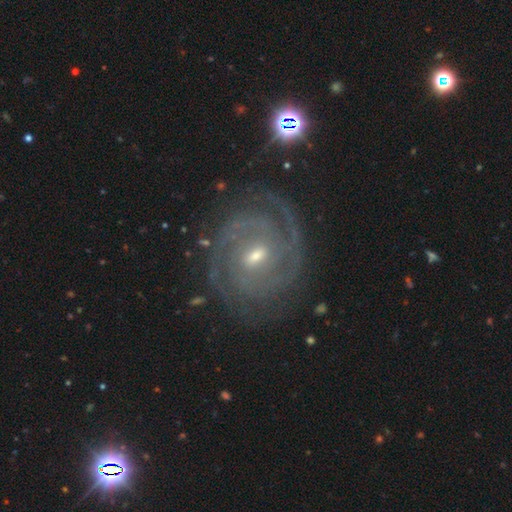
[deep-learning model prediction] smooth_or_featured: featured or disk (p=0.89) [alt: star or artifact p=0.07]
disk_edge_on: no (p=0.97) [alt: yes p=0.03]
bar: weak (p=0.44) [alt: no p=0.37]
has_spiral_arms: yes (p=0.98) [alt: no p=0.02]
spiral_winding: tight (p=0.76) [alt: medium p=0.20]
spiral_arm_count: 2 (p=0.33) [alt: 3 p=0.22]
bulge_size: small (p=0.54) [alt: moderate p=0.42]
merging: none (p=0.80) [alt: minor disturbance p=0.13]